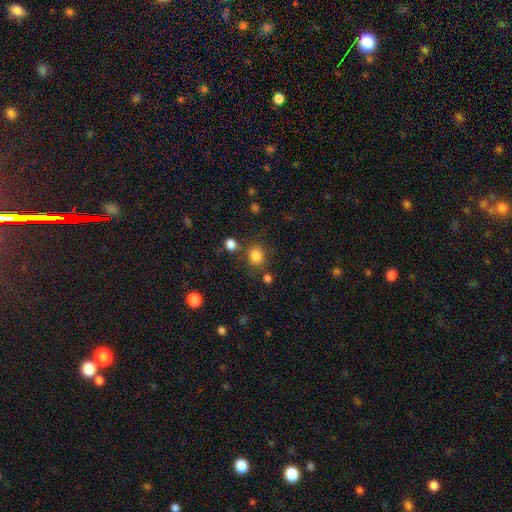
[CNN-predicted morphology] smooth-or-featured: smooth: 83% | star or artifact: 12% | featured or disk: 5%
  how-rounded: round: 78% | in between: 21% | cigar-shaped: 1%
  merging: none: 77% | minor disturbance: 11% | merger: 8% | major disturbance: 4%